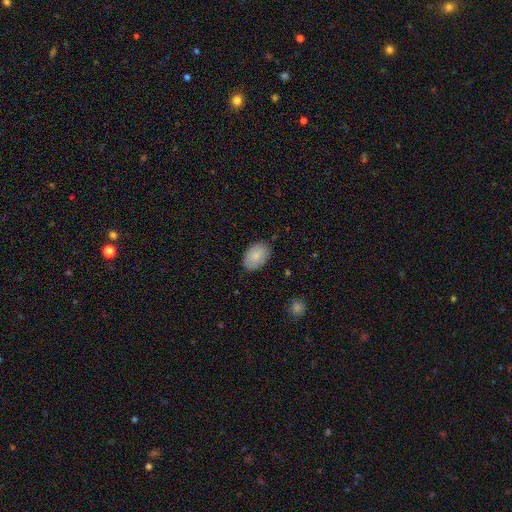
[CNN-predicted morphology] Smooth or featured? Predicted: smooth (p=0.87). How rounded? Predicted: in between (p=0.90). Merging? Predicted: none (p=0.85).